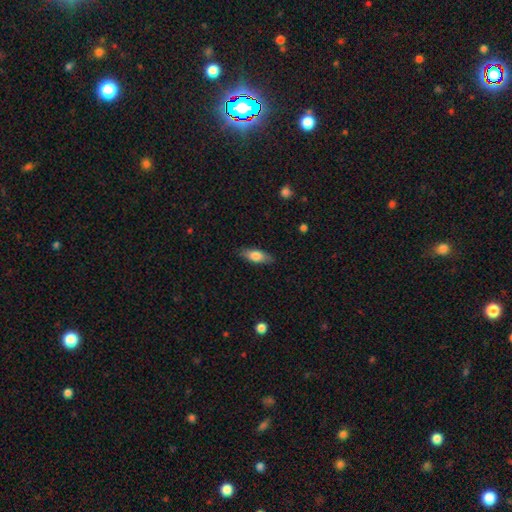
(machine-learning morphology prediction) smooth 77%, featured or disk 17%, star or artifact 6%. Down the decision tree: how rounded — in between (72%); merging — none (85%).